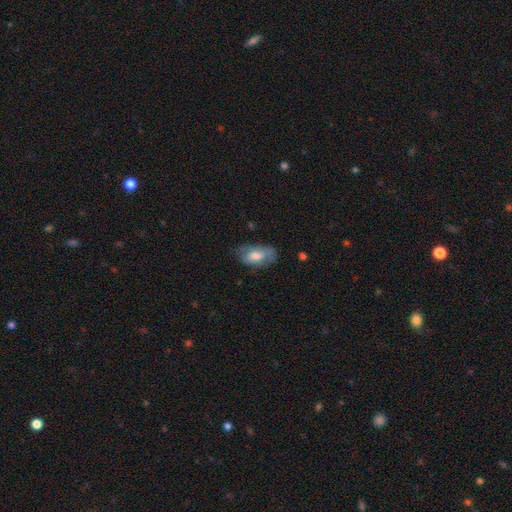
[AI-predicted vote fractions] smooth_or_featured: smooth (p=0.60) [alt: featured or disk p=0.33]
how_rounded: in between (p=0.91) [alt: round p=0.04]
merging: none (p=0.61) [alt: minor disturbance p=0.27]